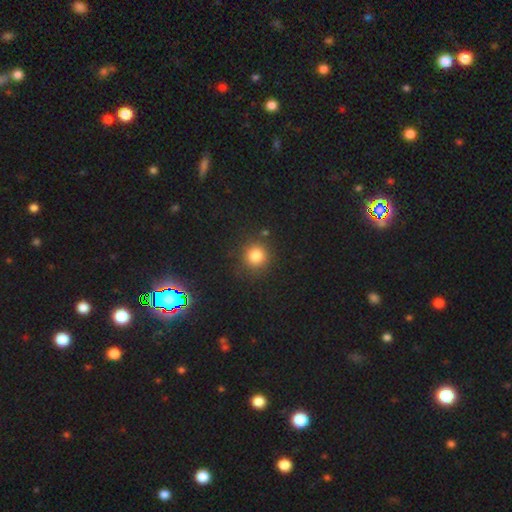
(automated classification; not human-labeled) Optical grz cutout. It shows a smooth galaxy with no disk features (81%) that is round (92%). Merging: none (86%).